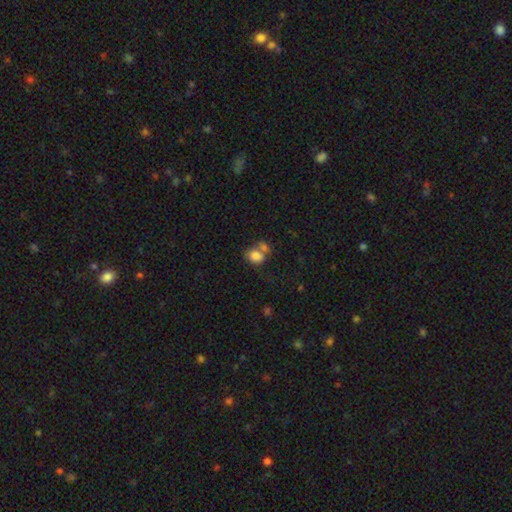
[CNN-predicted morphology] smooth_or_featured: smooth (p=0.81) [alt: featured or disk p=0.10]
how_rounded: in between (p=0.60) [alt: round p=0.39]
merging: merger (p=0.45) [alt: none p=0.34]